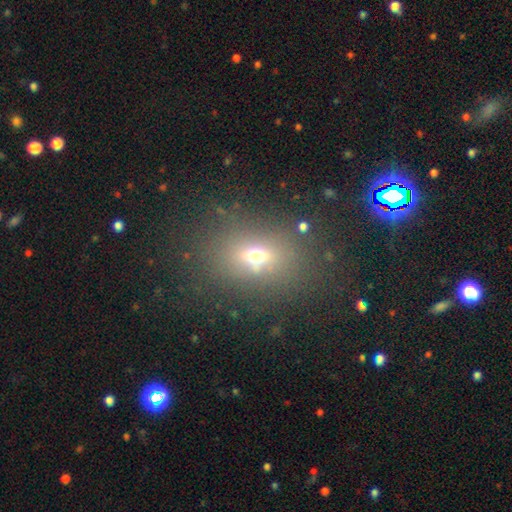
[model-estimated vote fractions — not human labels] The model was most divided on "smooth or featured": smooth: 56%, featured or disk: 23%, star or artifact: 21%. More confident: merging — none (74%); how rounded — in between (65%).